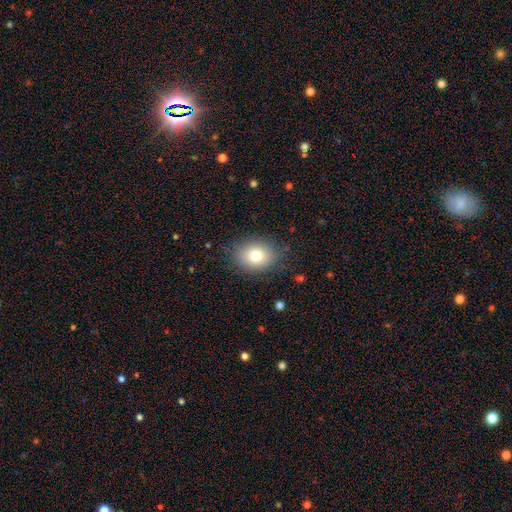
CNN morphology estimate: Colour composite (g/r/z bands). It shows a smooth galaxy with no disk features (78%) that is in between round and cigar-shaped (57%). Merging: none (83%).